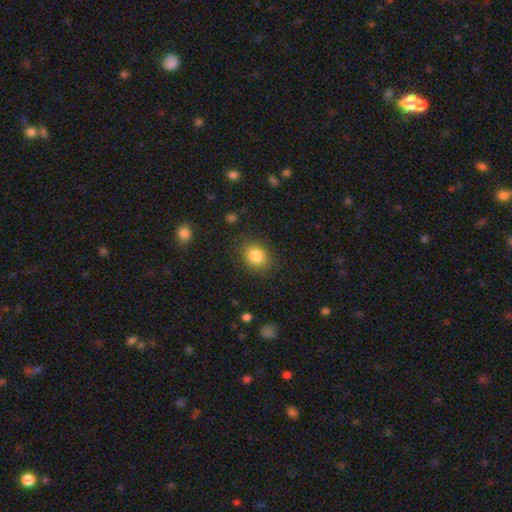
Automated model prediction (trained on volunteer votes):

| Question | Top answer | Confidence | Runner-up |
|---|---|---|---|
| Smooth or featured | smooth | 84% | star or artifact (10%) |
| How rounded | round | 61% | in between (38%) |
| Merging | none | 84% | minor disturbance (11%) |